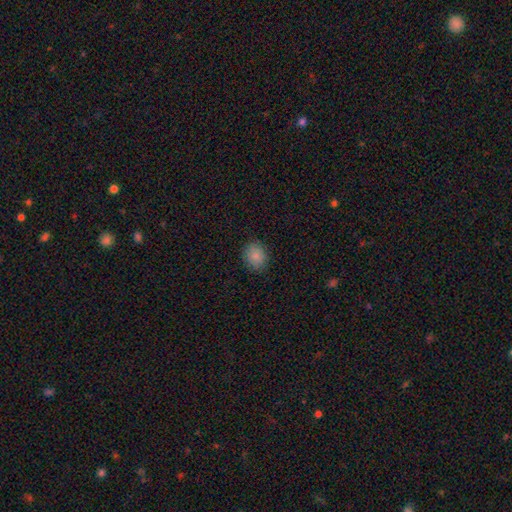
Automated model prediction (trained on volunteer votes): Smooth or featured?
  - smooth: 86% *
  - star or artifact: 9%
  - featured or disk: 5%
How rounded?
  - round: 54% *
  - in between: 45%
  - cigar-shaped: 1%
Merging?
  - none: 87% *
  - minor disturbance: 10%
  - major disturbance: 2%
  - merger: 1%